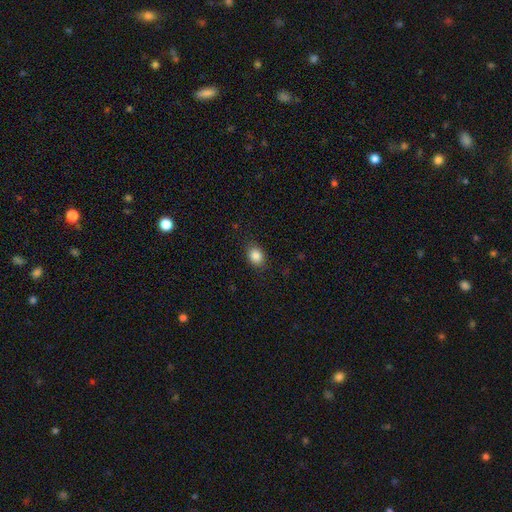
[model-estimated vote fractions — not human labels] Overall: smooth (86%). How rounded: in between (62%; round 37%). Merging: none (86%).